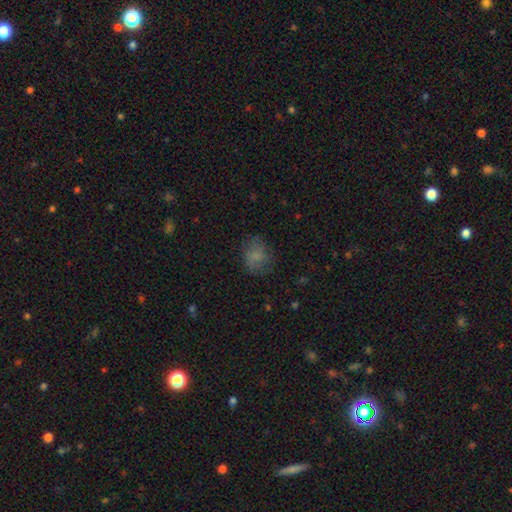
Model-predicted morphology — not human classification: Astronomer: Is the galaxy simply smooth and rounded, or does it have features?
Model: smooth — 75%.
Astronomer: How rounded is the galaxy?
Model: round — 55% (runner-up: in between, 44%).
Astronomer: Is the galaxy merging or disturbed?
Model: none — 67%.